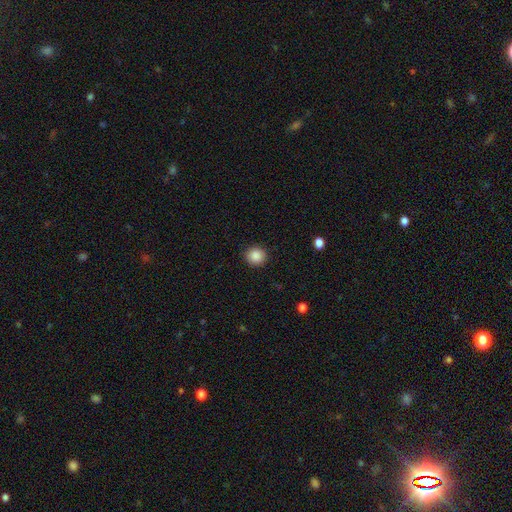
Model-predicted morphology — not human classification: Q: Smooth or featured?
A: smooth (87%); runner-up: star or artifact (9%)
Q: How rounded?
A: round (91%); runner-up: in between (8%)
Q: Merging?
A: none (91%); runner-up: minor disturbance (6%)